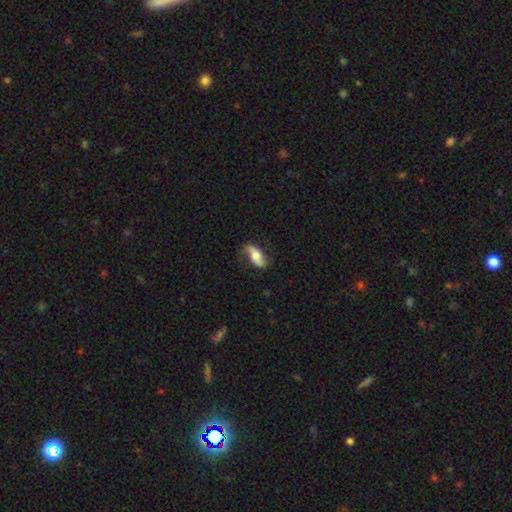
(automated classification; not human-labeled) Smooth or featured? featured or disk (52%)
Edge-on disk? no (89%)
Merging? none (67%)